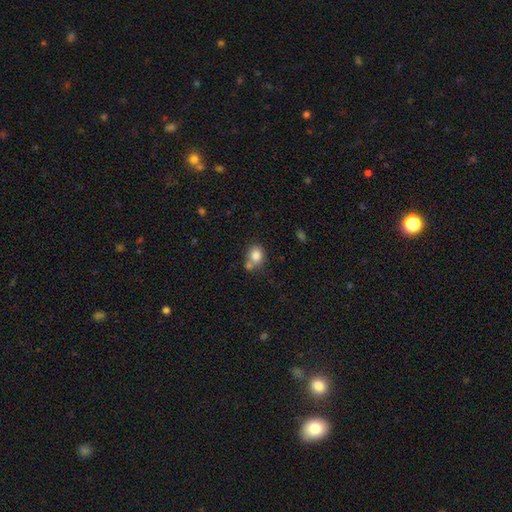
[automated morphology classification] A smooth galaxy with no disk features (82%) that is round (58%). Merging: none (53%).